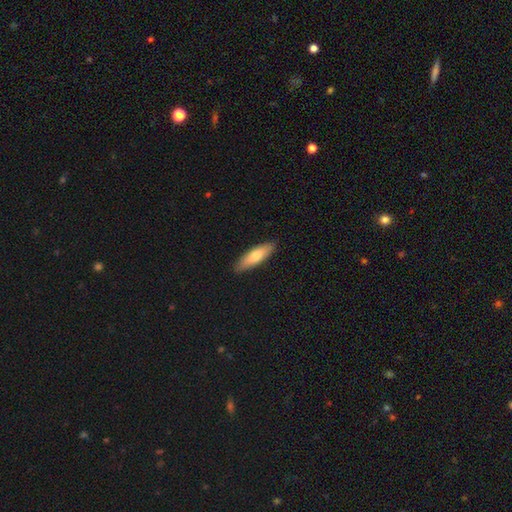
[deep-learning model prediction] A smooth galaxy with no disk features (71%) that is cigar-shaped (59%). Merging: none (89%).